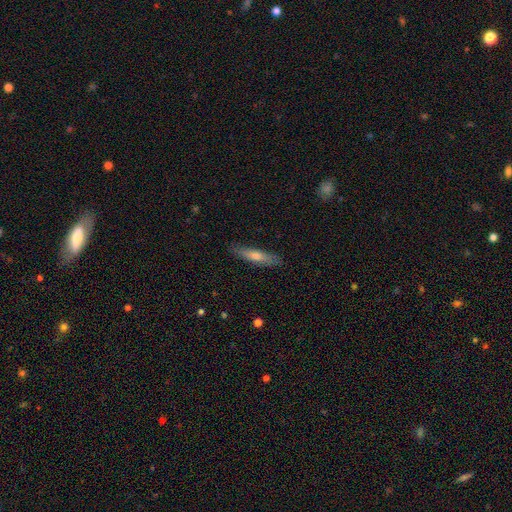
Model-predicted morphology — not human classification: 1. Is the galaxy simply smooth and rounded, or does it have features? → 58% smooth, 36% featured or disk, 6% star or artifact.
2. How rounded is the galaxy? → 86% cigar-shaped, 13% in between, 1% round.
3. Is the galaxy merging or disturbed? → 87% none, 10% minor disturbance, 2% major disturbance, 1% merger.